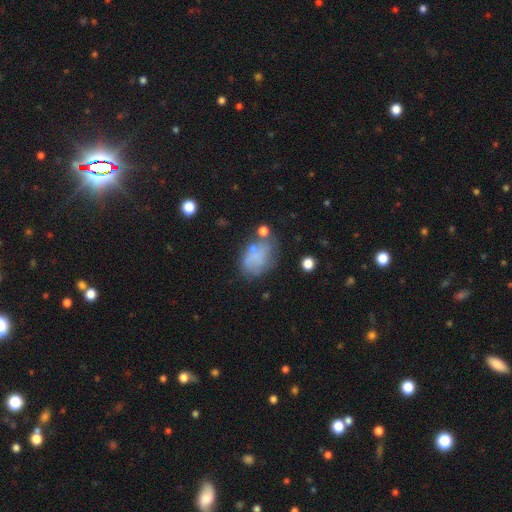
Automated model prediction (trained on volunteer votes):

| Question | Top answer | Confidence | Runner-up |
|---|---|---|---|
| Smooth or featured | smooth | 55% | featured or disk (32%) |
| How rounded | in between | 79% | round (19%) |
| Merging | none | 43% | minor disturbance (25%) |